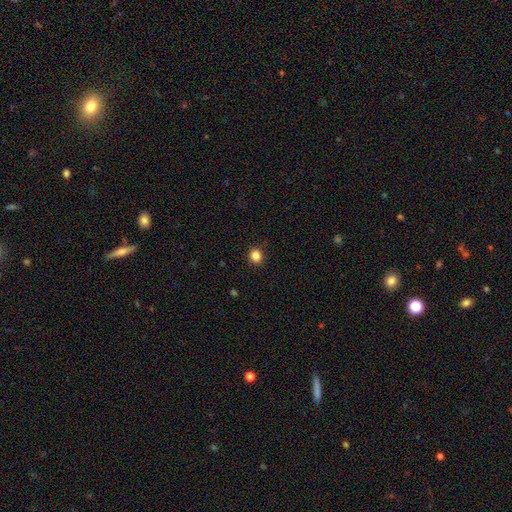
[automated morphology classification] Smooth or featured? Predicted: smooth (p=0.85). How rounded? Predicted: round (p=0.86). Merging? Predicted: none (p=0.91).